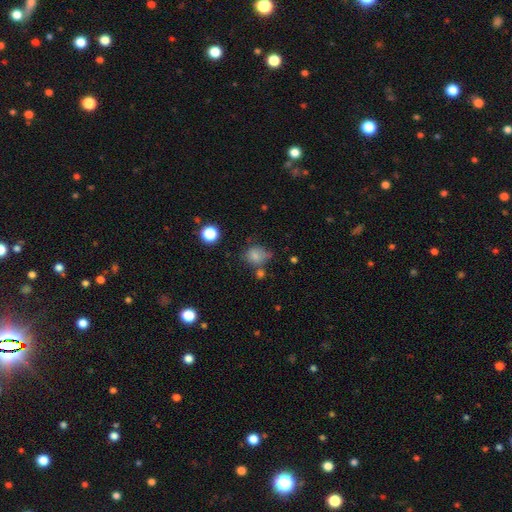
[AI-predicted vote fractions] The model was most divided on "how rounded": round: 58%, in between: 41%, cigar-shaped: 1%. Remaining: smooth or featured — smooth (76%); merging — none (47%).